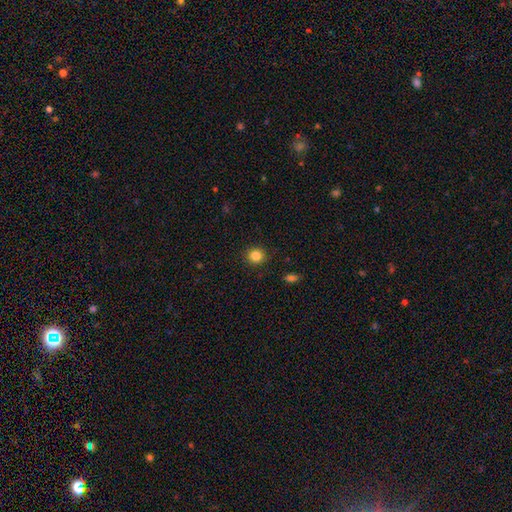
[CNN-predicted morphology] Overall: smooth (85%). How rounded: round (91%). Merging: none (91%).